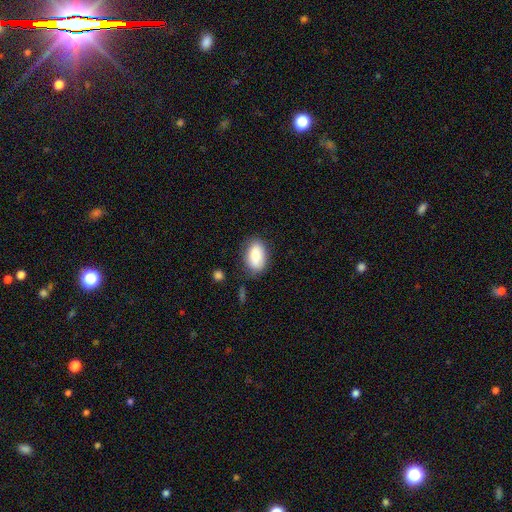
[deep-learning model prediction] smooth 85%, featured or disk 8%, star or artifact 7%. Down the decision tree: how rounded — in between (92%); merging — none (77%).